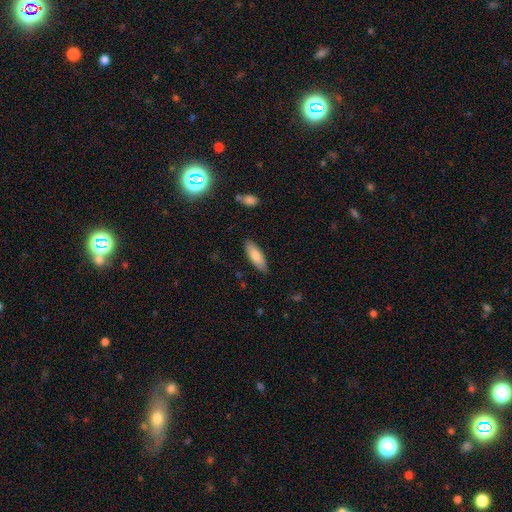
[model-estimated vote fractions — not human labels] Morphology: type=smooth (80%); roundness=in between (60%); merging=none (86%).